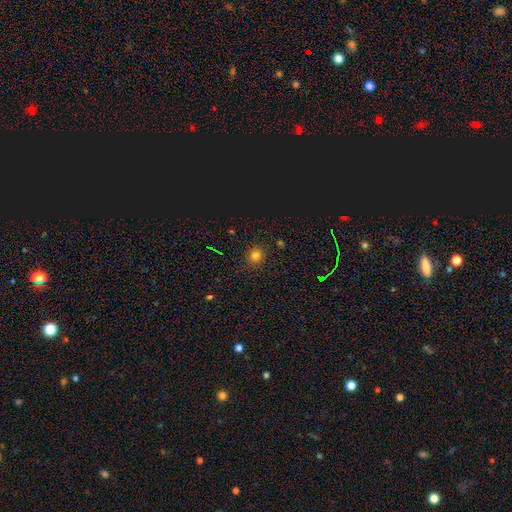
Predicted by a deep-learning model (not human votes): Smooth or featured?
  - smooth: 74% *
  - star or artifact: 20%
  - featured or disk: 6%
How rounded?
  - round: 88% *
  - in between: 11%
  - cigar-shaped: 1%
Merging?
  - none: 89% *
  - minor disturbance: 7%
  - major disturbance: 2%
  - merger: 2%